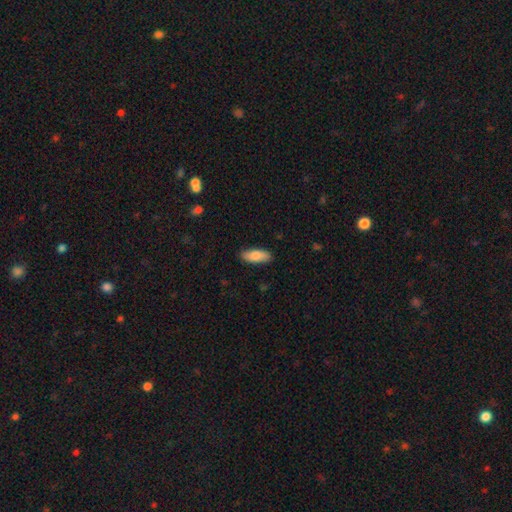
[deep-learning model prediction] This appears to be a smooth galaxy with no disk features (84%) that is in between round and cigar-shaped (74%). Merging: none (87%).